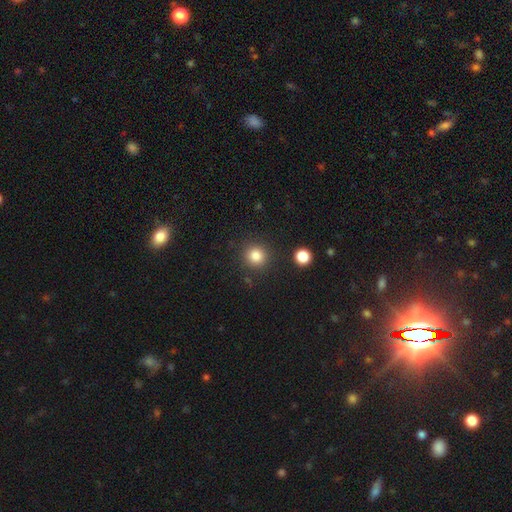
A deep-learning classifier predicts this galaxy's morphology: Overall: smooth (84%). How rounded: round (92%). Merging: none (88%).